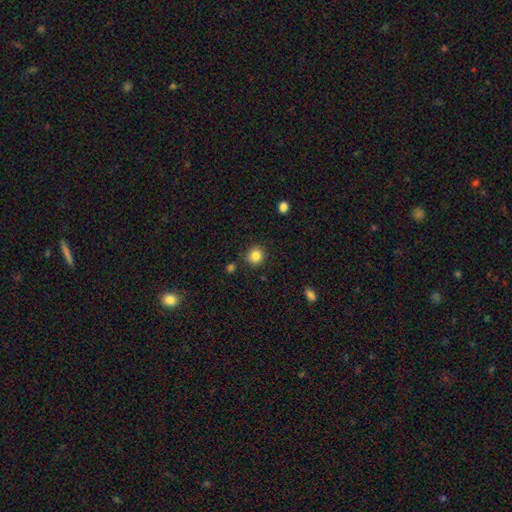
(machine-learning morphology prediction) type=smooth (85%); roundness=round (90%); merging=none (87%).